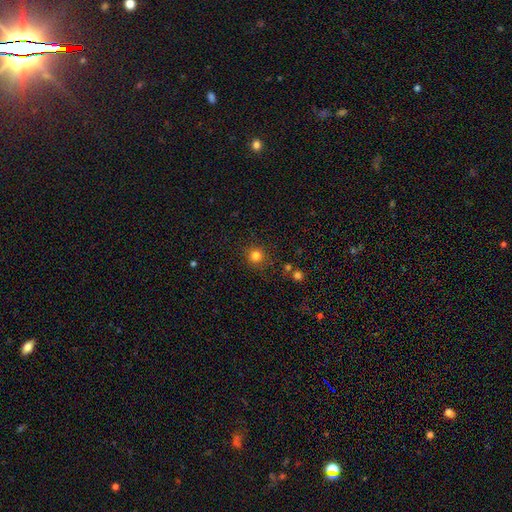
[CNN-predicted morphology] Smooth or featured?
  - smooth: 81% *
  - star or artifact: 14%
  - featured or disk: 5%
How rounded?
  - round: 93% *
  - in between: 6%
  - cigar-shaped: 1%
Merging?
  - none: 87% *
  - minor disturbance: 8%
  - major disturbance: 3%
  - merger: 2%